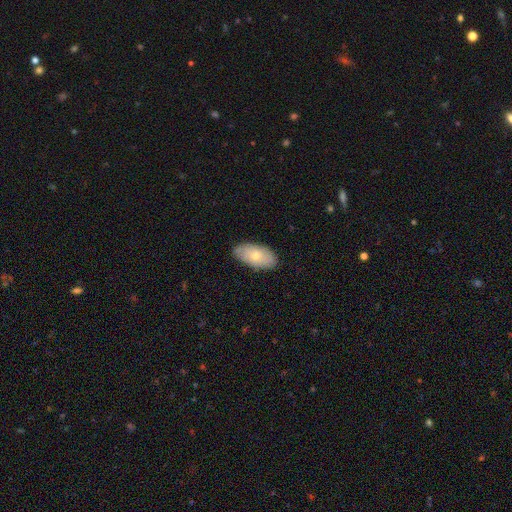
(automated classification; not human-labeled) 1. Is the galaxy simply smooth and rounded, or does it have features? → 71% smooth, 23% featured or disk, 6% star or artifact.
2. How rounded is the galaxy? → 94% in between, 3% round, 3% cigar-shaped.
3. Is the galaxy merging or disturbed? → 82% none, 14% minor disturbance, 2% major disturbance, 1% merger.